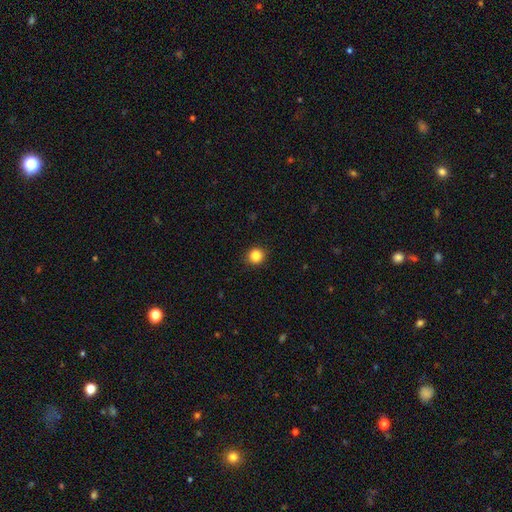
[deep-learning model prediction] Smooth or featured? Predicted: smooth (p=0.85). How rounded? Predicted: round (p=0.92). Merging? Predicted: none (p=0.92).